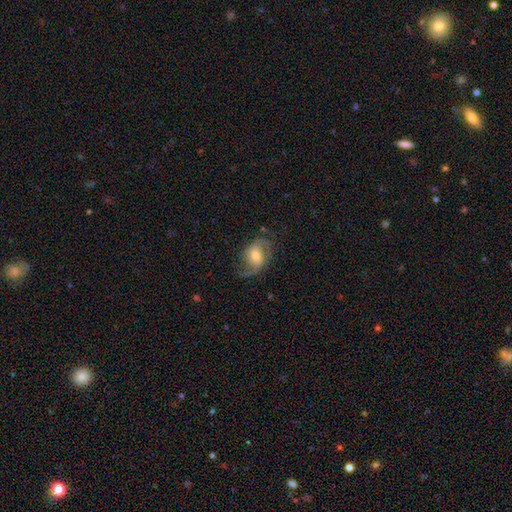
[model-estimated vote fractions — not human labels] Smooth or featured? featured or disk (79%)
Edge-on disk? no (97%)
Bar? weak (45%)
Spiral arms? yes (94%)
Spiral winding? loose (48%)
Spiral arm count? 2 (83%)
Bulge size? moderate (59%)
Merging? none (66%)